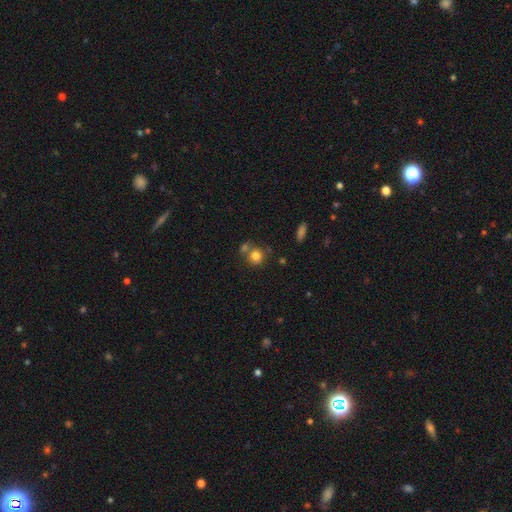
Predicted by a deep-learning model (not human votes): Q: Smooth or featured?
A: smooth (80%); runner-up: star or artifact (11%)
Q: How rounded?
A: round (84%); runner-up: in between (15%)
Q: Merging?
A: none (57%); runner-up: merger (29%)